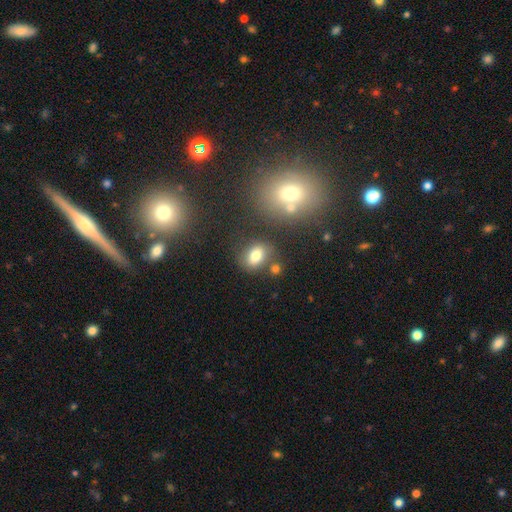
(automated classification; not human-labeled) Smooth or featured?
  - smooth: 78% *
  - star or artifact: 11%
  - featured or disk: 11%
How rounded?
  - in between: 71% *
  - round: 27%
  - cigar-shaped: 2%
Merging?
  - none: 71% *
  - minor disturbance: 14%
  - merger: 10%
  - major disturbance: 5%